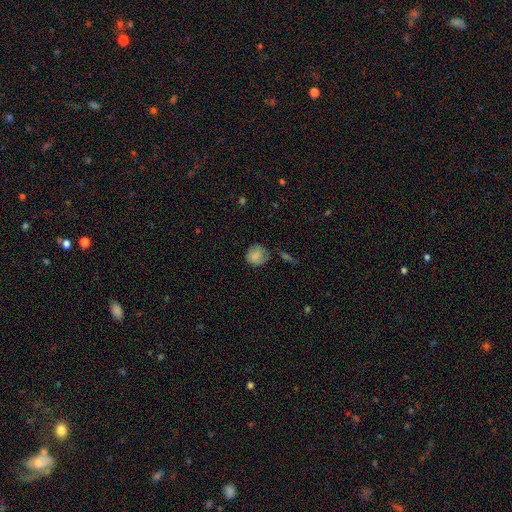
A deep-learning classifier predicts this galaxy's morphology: smooth_or_featured: smooth (p=0.78) [alt: featured or disk p=0.13]
how_rounded: round (p=0.83) [alt: in between p=0.16]
merging: none (p=0.64) [alt: minor disturbance p=0.25]